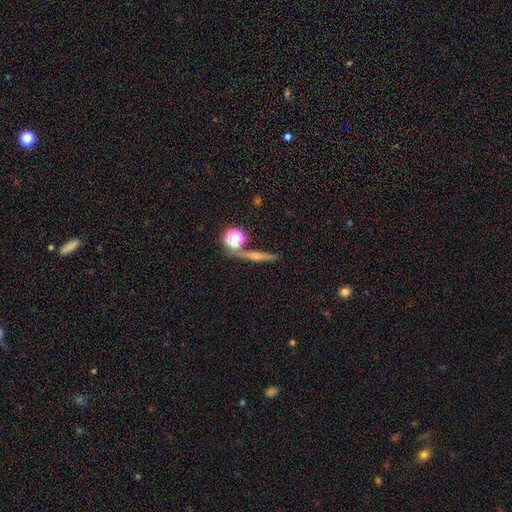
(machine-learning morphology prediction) type=featured or disk (56%); edge-on=yes (93%); edge-on bulge=rounded (77%); merging=none (78%).